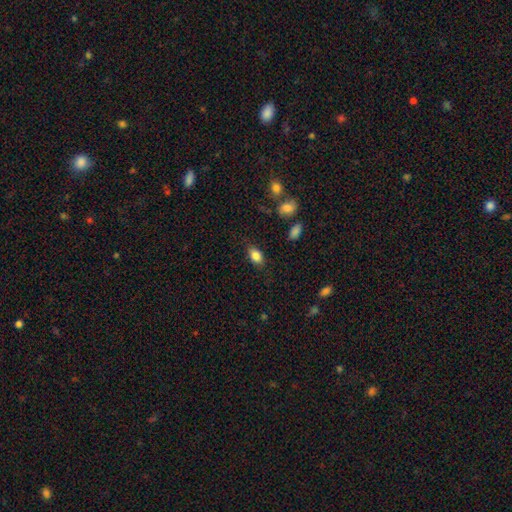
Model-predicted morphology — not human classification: Overall: smooth (84%). How rounded: in between (87%). Merging: none (82%).